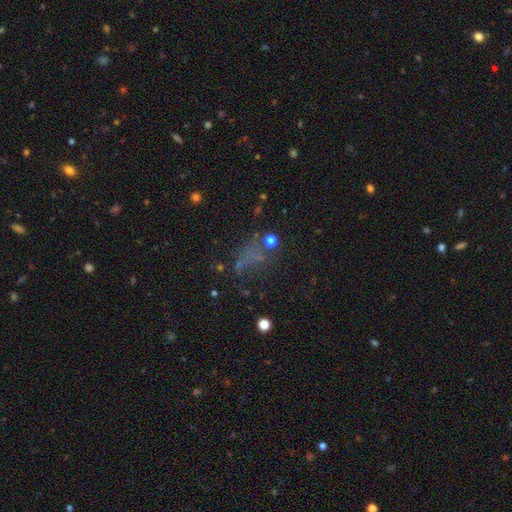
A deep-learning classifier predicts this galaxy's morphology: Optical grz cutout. It shows a star or artifact, not a galaxy (42%).